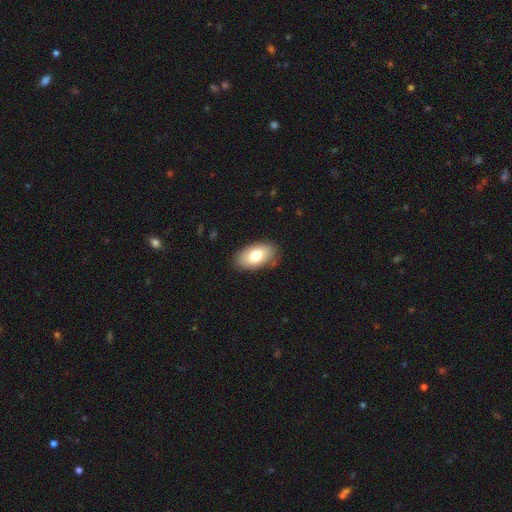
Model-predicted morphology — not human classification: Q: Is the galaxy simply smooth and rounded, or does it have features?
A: smooth — 75%.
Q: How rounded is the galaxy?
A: in between — 94%.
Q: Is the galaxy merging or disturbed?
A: none — 83%.